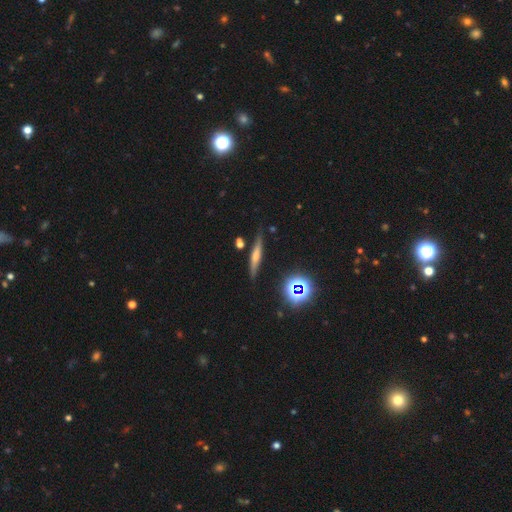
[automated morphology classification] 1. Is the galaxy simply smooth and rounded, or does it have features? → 45% featured or disk, 39% smooth, 16% star or artifact.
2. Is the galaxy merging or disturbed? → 82% none, 12% minor disturbance, 4% merger, 3% major disturbance.